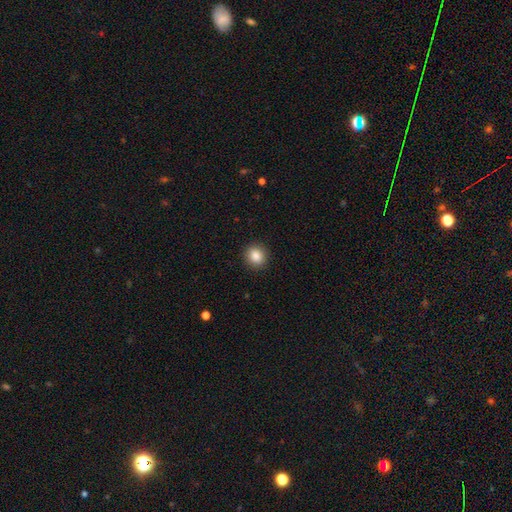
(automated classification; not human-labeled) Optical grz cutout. It shows a smooth galaxy with no disk features (86%) that is round (84%). Merging: none (92%).